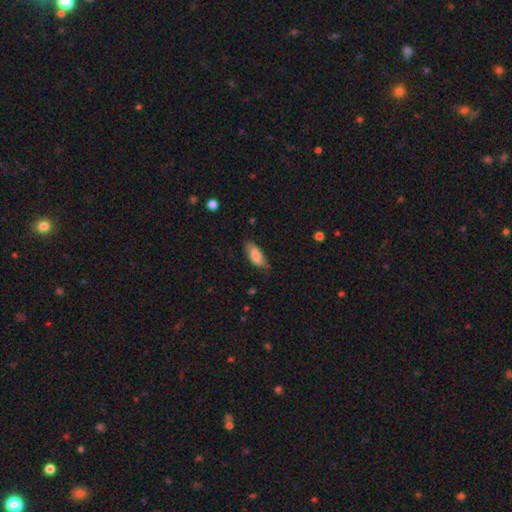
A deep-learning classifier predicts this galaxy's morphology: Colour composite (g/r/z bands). It shows a smooth galaxy with no disk features (79%) that is in between round and cigar-shaped (76%). Merging: none (69%).